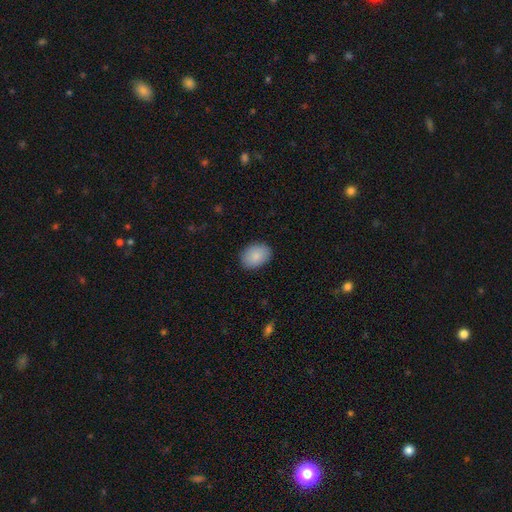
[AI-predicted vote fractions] Q: Smooth or featured?
A: smooth (87%); runner-up: star or artifact (7%)
Q: How rounded?
A: in between (75%); runner-up: round (24%)
Q: Merging?
A: none (87%); runner-up: minor disturbance (10%)